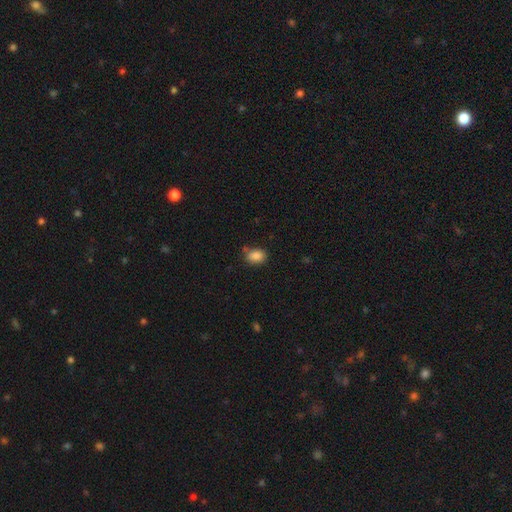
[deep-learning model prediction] A smooth galaxy with no disk features (87%) that is in between round and cigar-shaped (72%). Merging: none (75%).